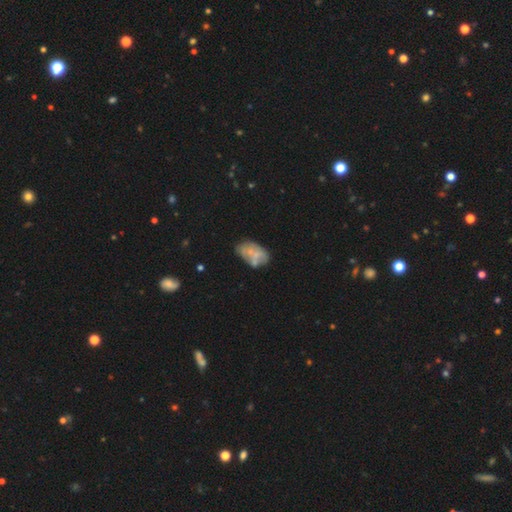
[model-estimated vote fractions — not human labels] smooth_or_featured: featured or disk (p=0.46) [alt: smooth p=0.45]
merging: none (p=0.41) [alt: minor disturbance p=0.29]